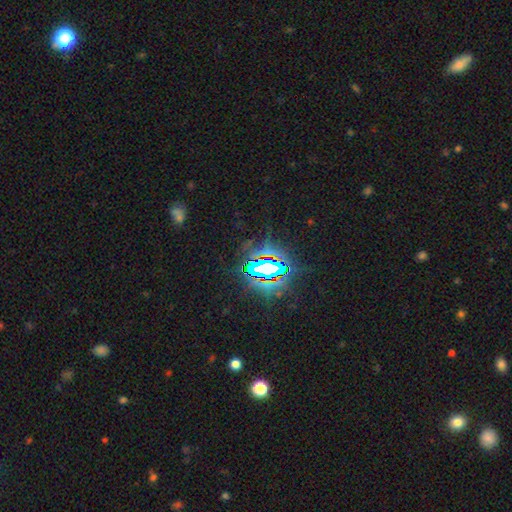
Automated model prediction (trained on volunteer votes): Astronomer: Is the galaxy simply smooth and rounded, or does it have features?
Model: star or artifact — 83%.